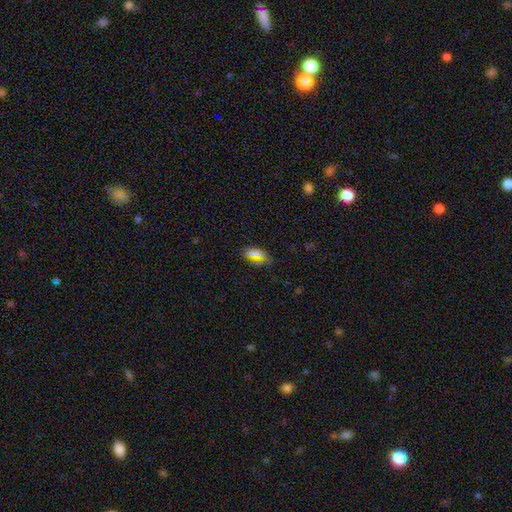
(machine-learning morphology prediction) Smooth or featured? smooth (68%)
How rounded? in between (82%)
Merging? none (77%)